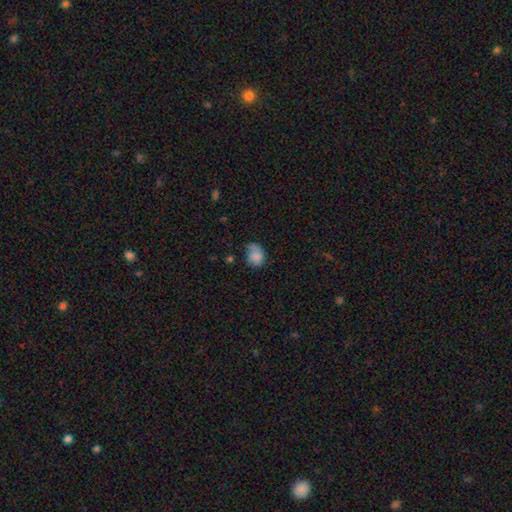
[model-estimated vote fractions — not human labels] Smooth or featured?
  - smooth: 69% *
  - featured or disk: 22%
  - star or artifact: 9%
How rounded?
  - in between: 53% *
  - round: 46%
  - cigar-shaped: 1%
Merging?
  - none: 39% *
  - minor disturbance: 34%
  - major disturbance: 22%
  - merger: 5%